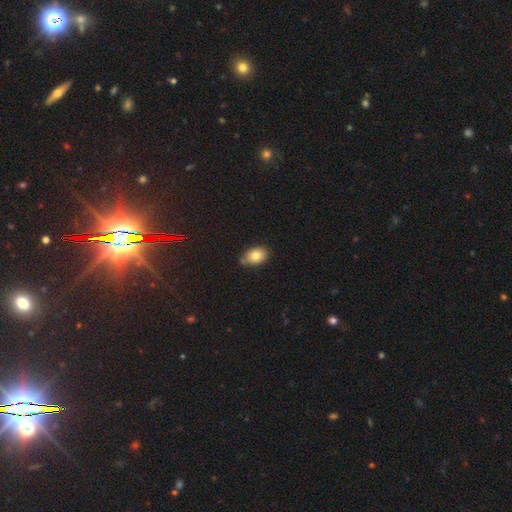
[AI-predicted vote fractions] Smooth or featured: smooth — 81% (featured or disk — 10%)
How rounded: in between — 83% (round — 15%)
Merging: none — 71% (minor disturbance — 22%)